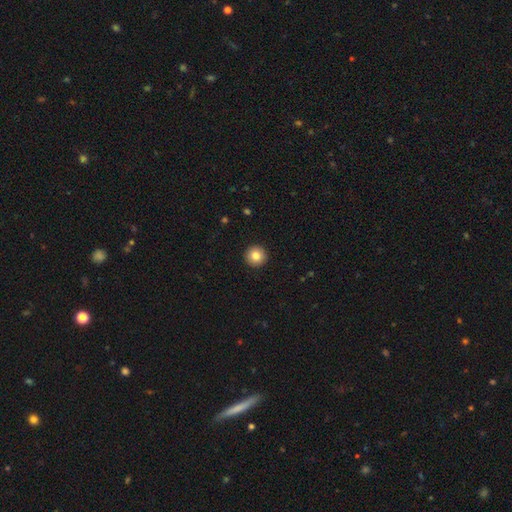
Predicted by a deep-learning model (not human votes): Q: Smooth or featured?
A: smooth (83%); runner-up: star or artifact (9%)
Q: How rounded?
A: round (97%); runner-up: in between (2%)
Q: Merging?
A: none (94%); runner-up: minor disturbance (4%)